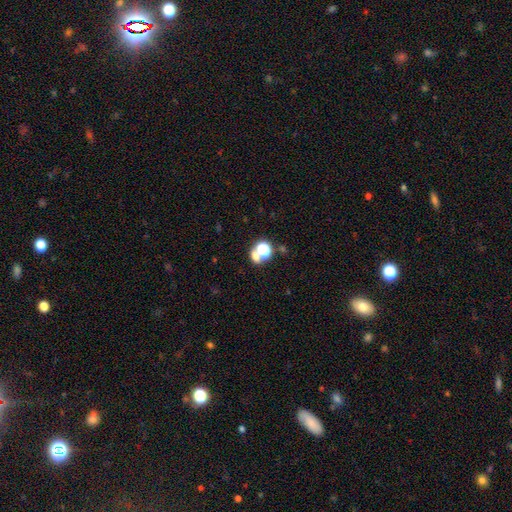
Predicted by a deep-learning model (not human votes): Q: Smooth or featured?
A: smooth (49%); runner-up: star or artifact (41%)
Q: Merging?
A: none (58%); runner-up: merger (28%)